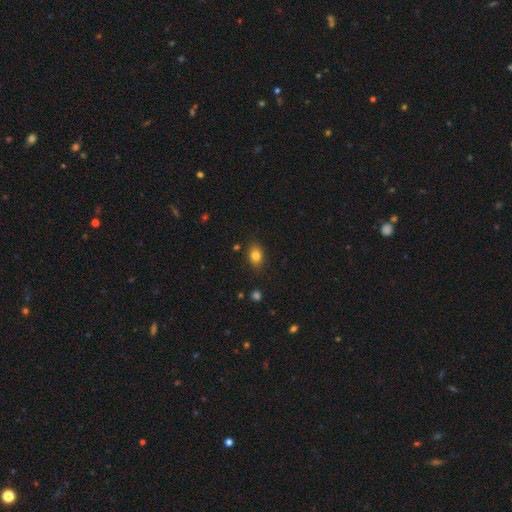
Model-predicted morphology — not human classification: smooth_or_featured: smooth (p=0.81) [alt: star or artifact p=0.11]
how_rounded: in between (p=0.74) [alt: round p=0.25]
merging: none (p=0.83) [alt: minor disturbance p=0.12]